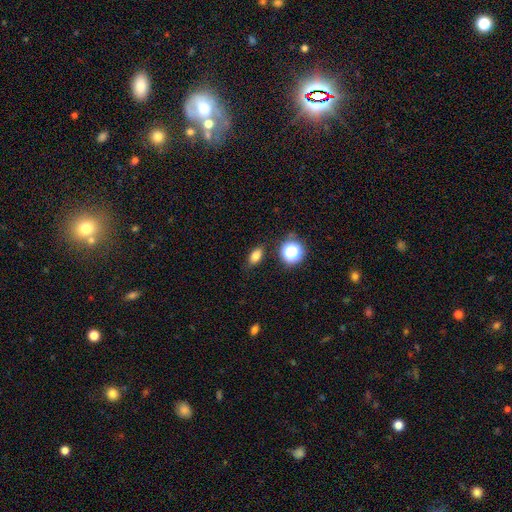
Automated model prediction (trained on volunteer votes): Smooth or featured: smooth — 76% (star or artifact — 15%)
How rounded: in between — 79% (round — 17%)
Merging: none — 84% (minor disturbance — 11%)